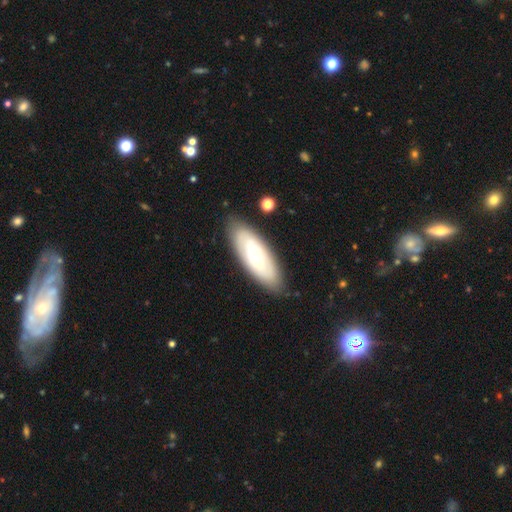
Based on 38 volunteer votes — featured or disk 55%, smooth 42%, star or artifact 3%. Down the decision tree: edge-on disk — no (81%); bar — no (59%); spiral arms — no (59%); bulge size — moderate (65%); merging — none (89%).